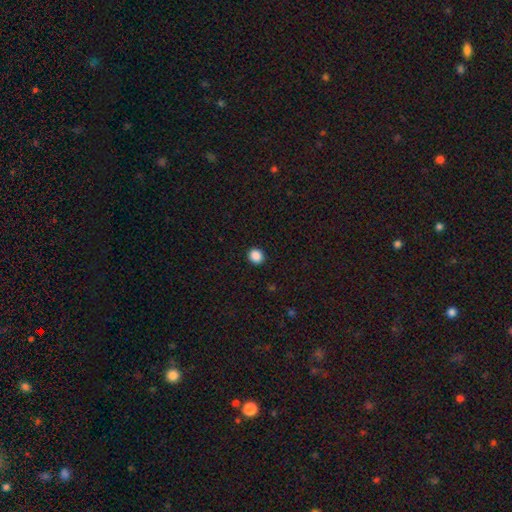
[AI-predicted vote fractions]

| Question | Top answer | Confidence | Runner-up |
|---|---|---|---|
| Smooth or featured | smooth | 88% | star or artifact (10%) |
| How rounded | round | 82% | in between (17%) |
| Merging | none | 92% | minor disturbance (5%) |